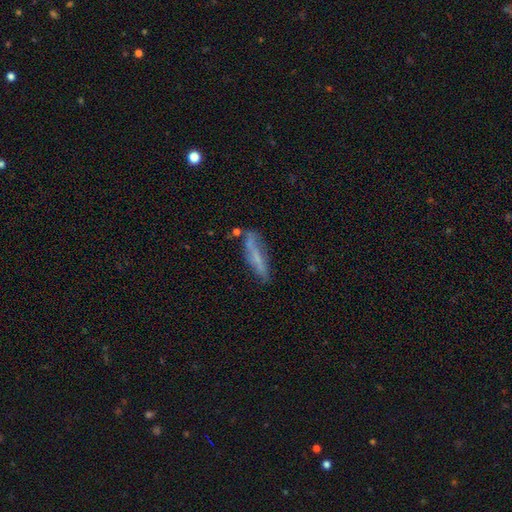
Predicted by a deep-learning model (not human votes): Morphology: type=smooth (50%); merging=none (61%).